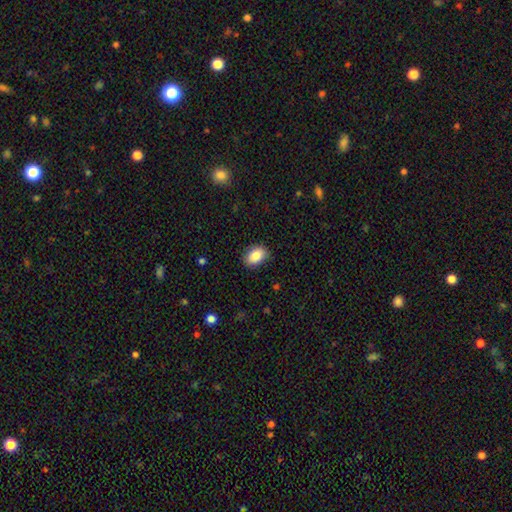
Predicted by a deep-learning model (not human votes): Morphology: type=smooth (86%); roundness=in between (83%); merging=none (85%).